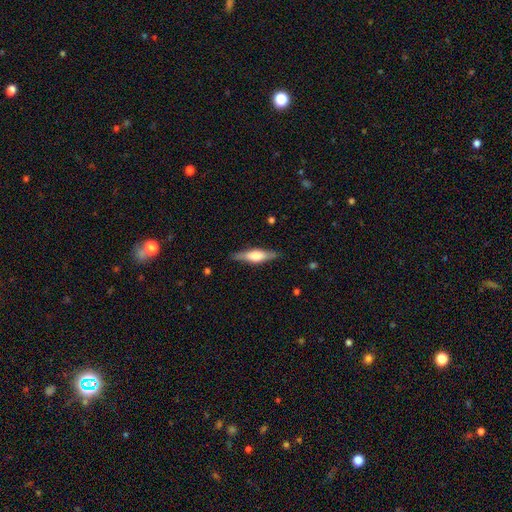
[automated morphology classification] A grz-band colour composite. It shows a featured or disk galaxy (54%) viewed edge-on (94%) with a rounded central bulge (78%). Merging: none (86%).